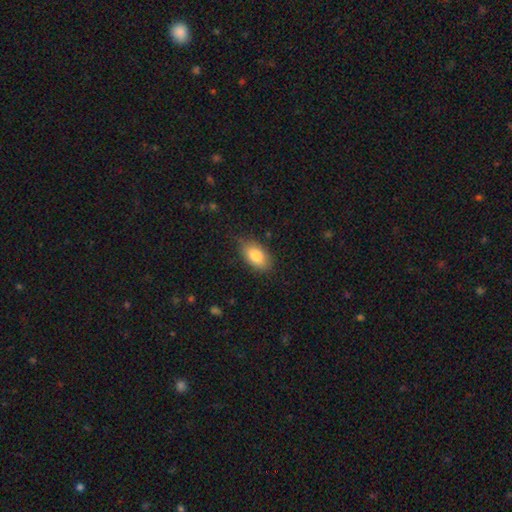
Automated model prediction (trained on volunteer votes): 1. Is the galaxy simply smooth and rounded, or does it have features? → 83% smooth, 11% featured or disk, 7% star or artifact.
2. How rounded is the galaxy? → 92% in between, 5% round, 4% cigar-shaped.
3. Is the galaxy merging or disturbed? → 78% none, 17% minor disturbance, 3% major disturbance, 1% merger.